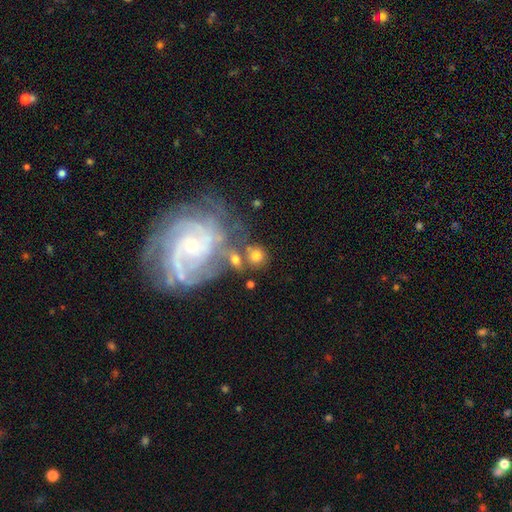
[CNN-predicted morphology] A smooth galaxy with no disk features (64%) that is round (83%).

Vote fractions:
- Smooth or featured? smooth: 64% / featured or disk: 25% / star or artifact: 10%
- How rounded? round: 83% / in between: 16% / cigar-shaped: 1%
- Merging? none: 56% / merger: 21% / minor disturbance: 13% / major disturbance: 10%